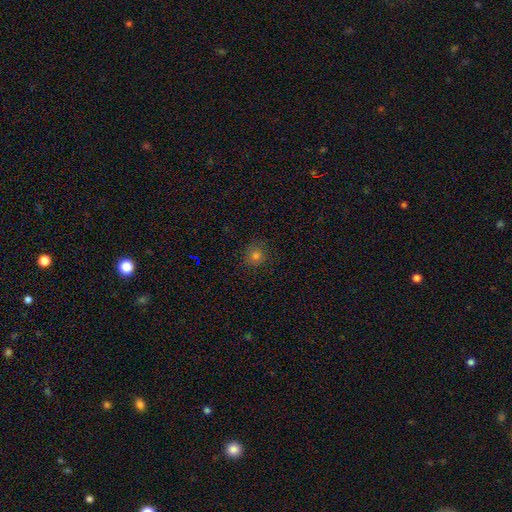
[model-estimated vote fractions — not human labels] Overall: smooth (74%). How rounded: round (90%). Merging: none (87%).